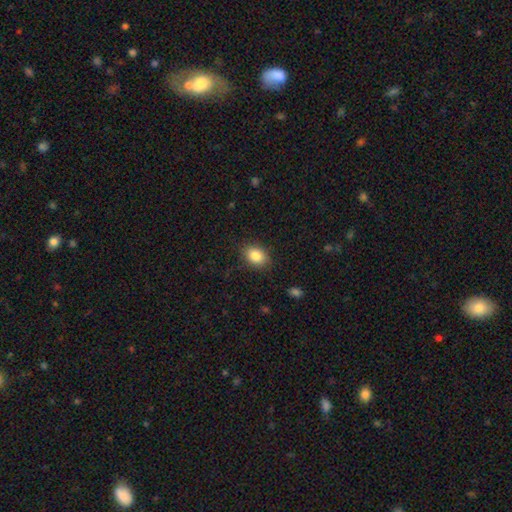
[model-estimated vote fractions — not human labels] Smooth or featured? smooth (85%)
How rounded? in between (70%)
Merging? none (86%)